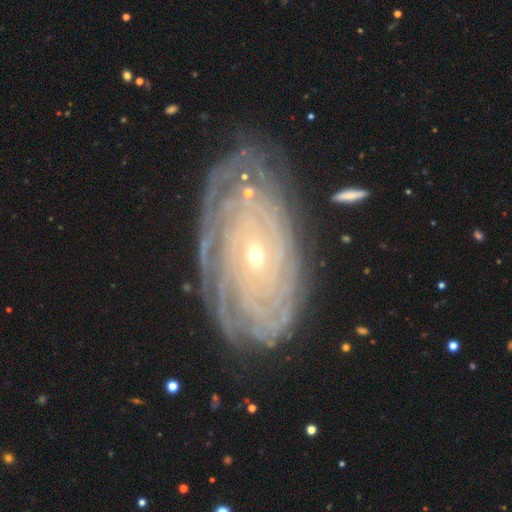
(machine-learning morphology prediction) Smooth or featured? Predicted: featured or disk (p=0.88). Edge-on disk? Predicted: no (p=0.94). Bar? Predicted: no (p=0.66). Spiral arms? Predicted: yes (p=0.97). Spiral winding? Predicted: tight (p=0.86). Spiral arm count? Predicted: can't tell (p=0.30). Bulge size? Predicted: small (p=0.76). Merging? Predicted: none (p=0.74).